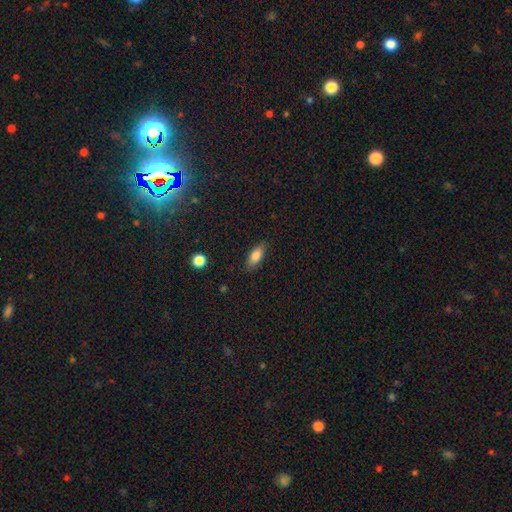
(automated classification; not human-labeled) A smooth galaxy with no disk features (81%) that is in between round and cigar-shaped (80%). Merging: none (84%).